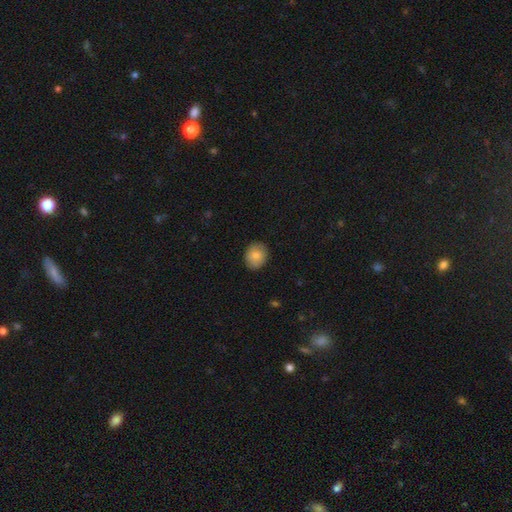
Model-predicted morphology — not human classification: smooth-or-featured: smooth: 83% | featured or disk: 10% | star or artifact: 7%
  how-rounded: round: 61% | in between: 38% | cigar-shaped: 1%
  merging: none: 87% | minor disturbance: 10% | major disturbance: 2% | merger: 1%